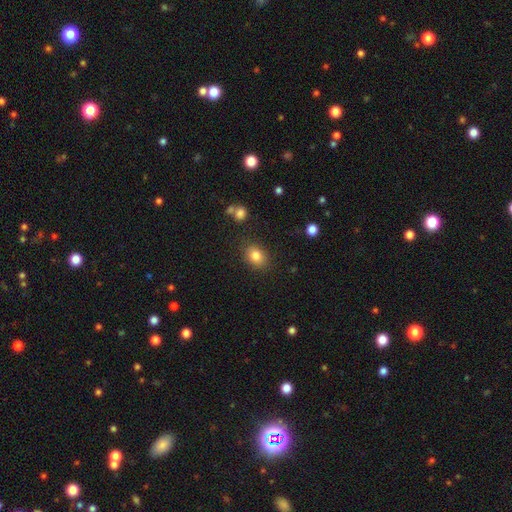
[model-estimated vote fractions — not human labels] Smooth or featured: smooth — 83% (star or artifact — 10%)
How rounded: in between — 64% (round — 35%)
Merging: none — 84% (minor disturbance — 10%)